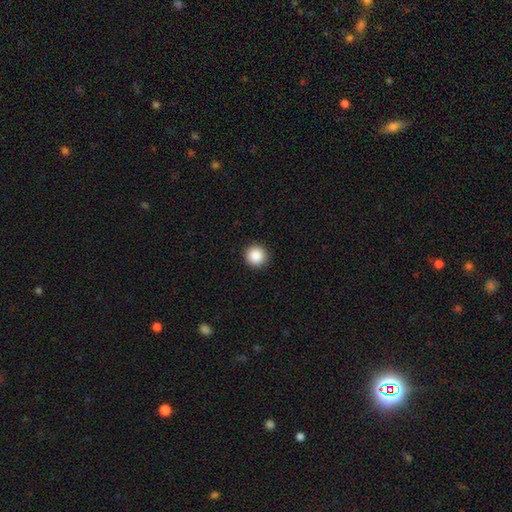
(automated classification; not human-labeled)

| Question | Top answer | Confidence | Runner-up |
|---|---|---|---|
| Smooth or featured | smooth | 88% | star or artifact (9%) |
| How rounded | round | 95% | in between (4%) |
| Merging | none | 93% | minor disturbance (5%) |